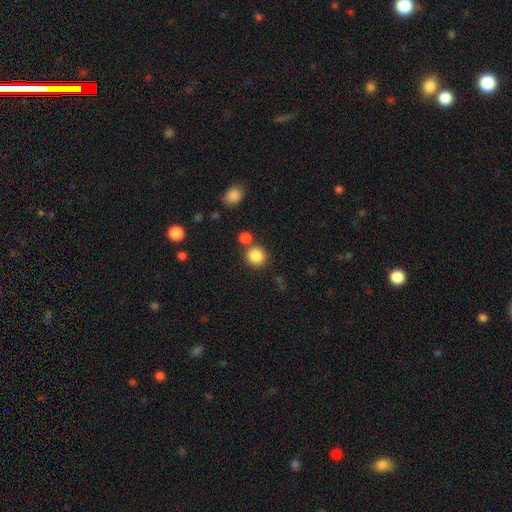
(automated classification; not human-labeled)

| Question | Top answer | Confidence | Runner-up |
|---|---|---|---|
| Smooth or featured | smooth | 86% | star or artifact (10%) |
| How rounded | round | 89% | in between (10%) |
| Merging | none | 73% | merger (15%) |